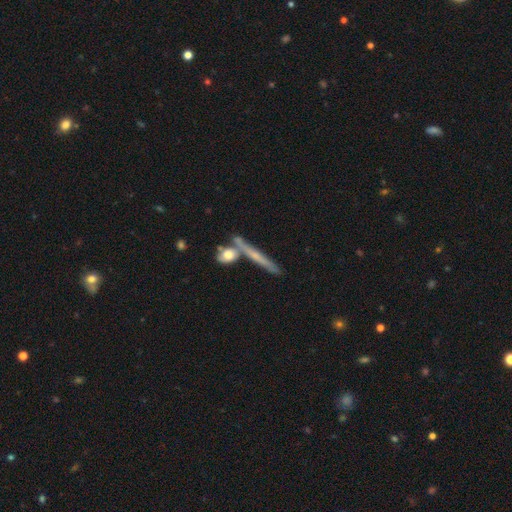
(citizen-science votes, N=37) Smooth or featured: featured or disk — 68% (smooth — 30%)
Edge-on disk: yes — 92% (no — 8%)
Edge-on bulge: none — 57% (rounded — 43%)
Merging: none — 53% (merger — 28%)